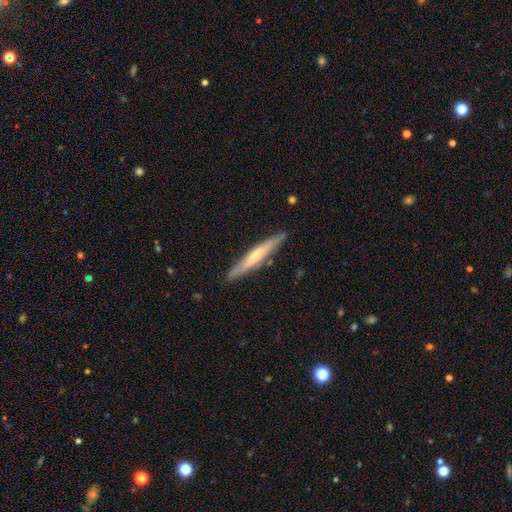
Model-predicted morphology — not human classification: Smooth or featured? Predicted: featured or disk (p=0.48). Merging? Predicted: none (p=0.87).